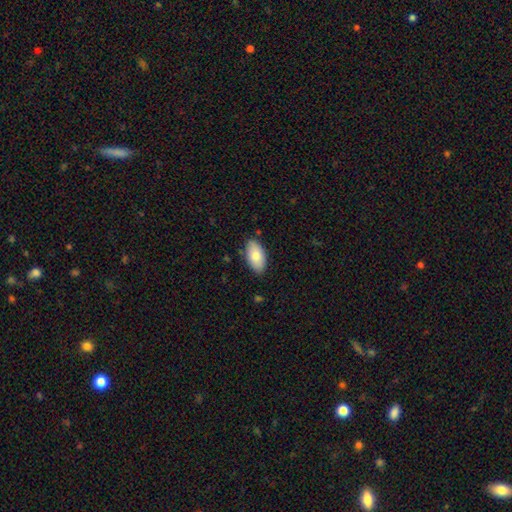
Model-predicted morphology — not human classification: smooth 80%, featured or disk 14%, star or artifact 6%. Down the decision tree: how rounded — in between (94%); merging — none (85%).